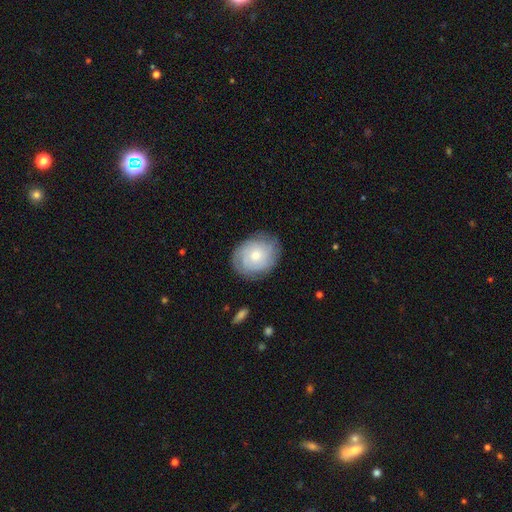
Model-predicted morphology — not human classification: This is possibly a featured or disk galaxy (56%). It is clearly not viewed edge-on (97%). Bar: clearly no (82%). Spiral arm pattern: clearly yes (81%). Central bulge: possibly moderate (51%). Merging: likely none (79%).